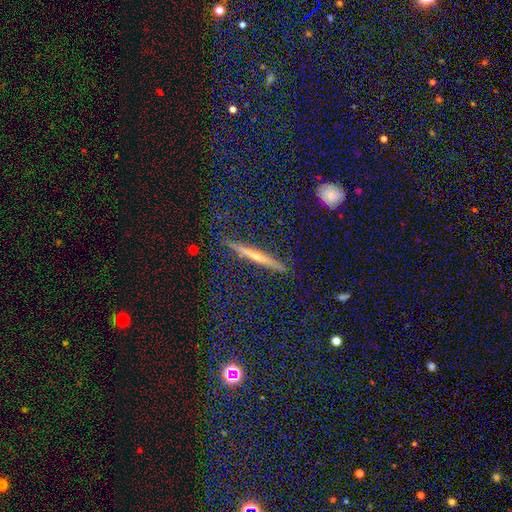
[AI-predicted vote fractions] Overall: featured or disk (54%; smooth 26%). Edge-on disk: yes (94%). Edge-on bulge: rounded (72%). Merging: none (88%).